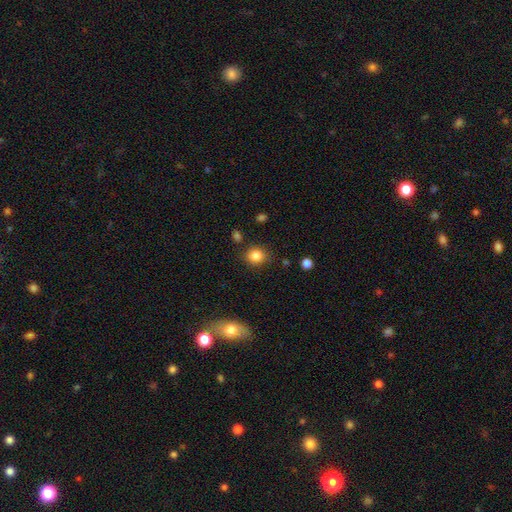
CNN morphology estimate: A smooth galaxy with no disk features (85%) that is round (77%).

Vote fractions:
- Smooth or featured? smooth: 85% / star or artifact: 10% / featured or disk: 5%
- How rounded? round: 77% / in between: 22% / cigar-shaped: 1%
- Merging? none: 83% / minor disturbance: 11% / major disturbance: 3% / merger: 3%